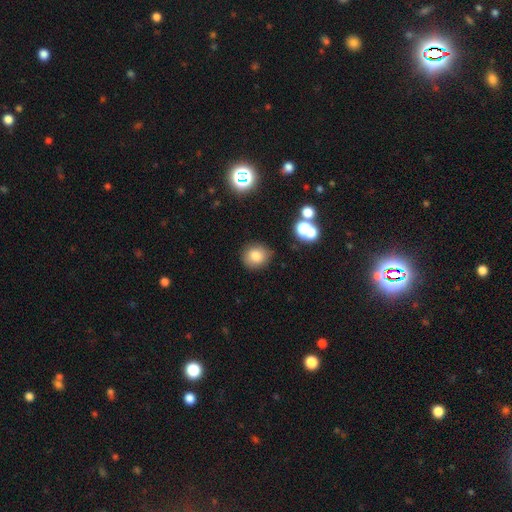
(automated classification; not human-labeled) smooth-or-featured: smooth: 79% | star or artifact: 12% | featured or disk: 9%
  how-rounded: round: 80% | in between: 19% | cigar-shaped: 1%
  merging: none: 84% | minor disturbance: 10% | merger: 3% | major disturbance: 3%